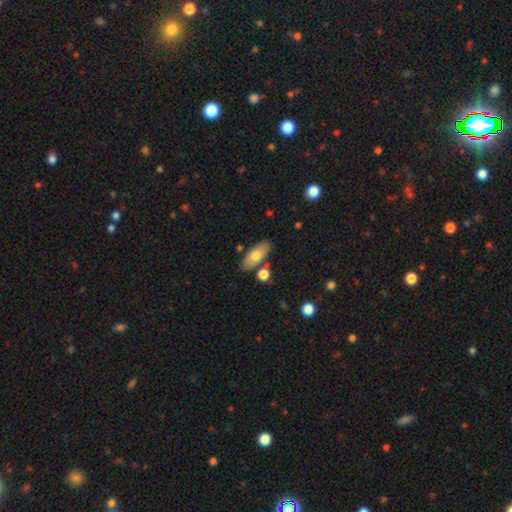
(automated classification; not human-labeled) This is likely a smooth galaxy (71%). How rounded: clearly in between (80%). Merging: likely none (79%).